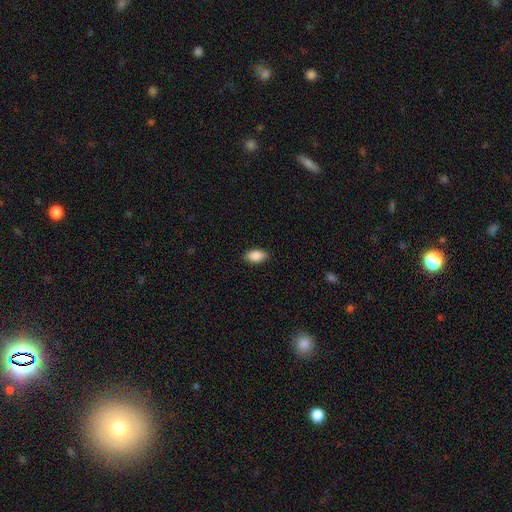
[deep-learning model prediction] smooth-or-featured: smooth: 89% | star or artifact: 7% | featured or disk: 4%
  how-rounded: in between: 93% | round: 4% | cigar-shaped: 3%
  merging: none: 89% | minor disturbance: 8% | major disturbance: 2% | merger: 1%